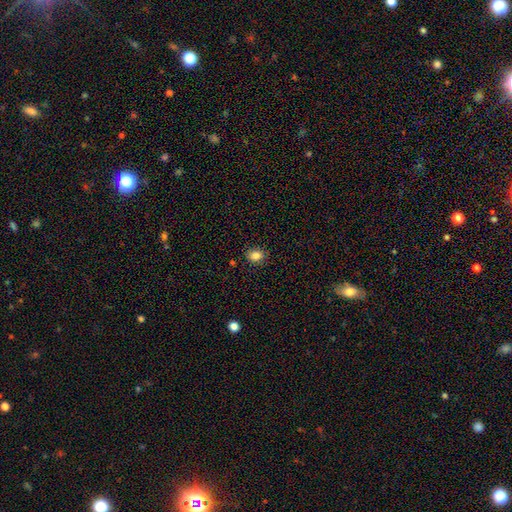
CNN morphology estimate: smooth-or-featured: smooth: 84% | star or artifact: 10% | featured or disk: 6%
  how-rounded: in between: 61% | round: 38% | cigar-shaped: 1%
  merging: none: 87% | minor disturbance: 10% | major disturbance: 2% | merger: 1%